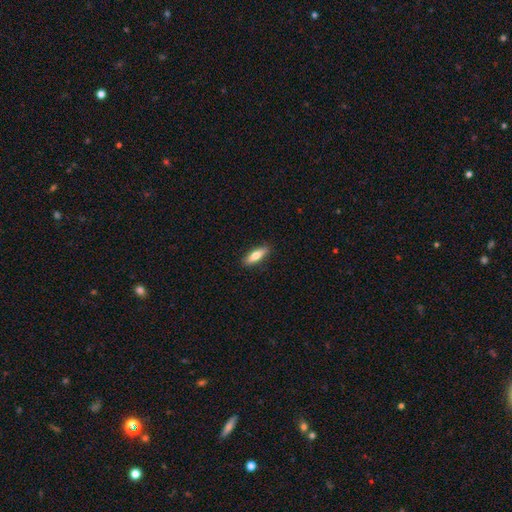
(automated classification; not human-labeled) smooth_or_featured: smooth (p=0.70) [alt: featured or disk p=0.24]
how_rounded: cigar-shaped (p=0.49) [alt: in between p=0.48]
merging: none (p=0.89) [alt: minor disturbance p=0.08]